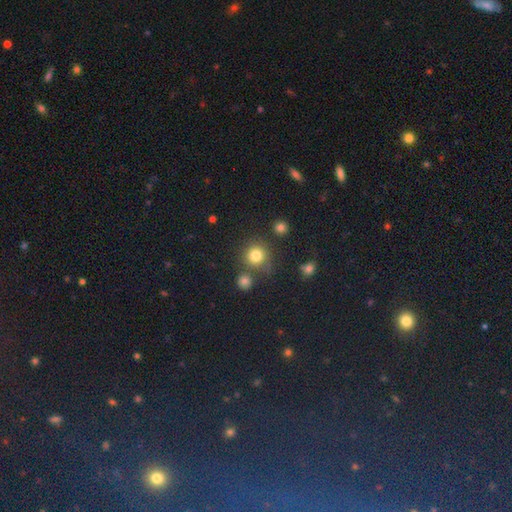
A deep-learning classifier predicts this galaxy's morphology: smooth 79%, star or artifact 15%, featured or disk 6%. Down the decision tree: how rounded — round (92%); merging — none (77%).